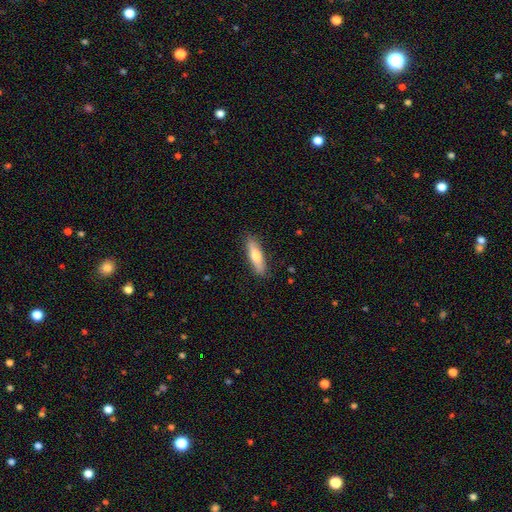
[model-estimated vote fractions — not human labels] Smooth or featured?
  - smooth: 66% *
  - featured or disk: 28%
  - star or artifact: 6%
How rounded?
  - cigar-shaped: 64% *
  - in between: 34%
  - round: 2%
Merging?
  - none: 87% *
  - minor disturbance: 10%
  - major disturbance: 2%
  - merger: 1%